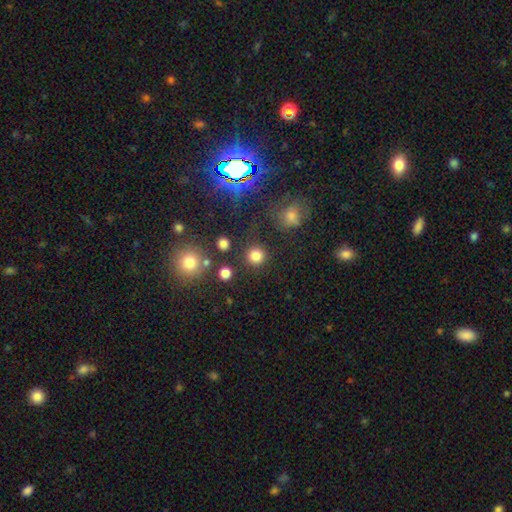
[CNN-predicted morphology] smooth-or-featured: smooth: 80% | star or artifact: 15% | featured or disk: 5%
  how-rounded: round: 94% | in between: 5% | cigar-shaped: 1%
  merging: none: 87% | minor disturbance: 6% | merger: 4% | major disturbance: 3%